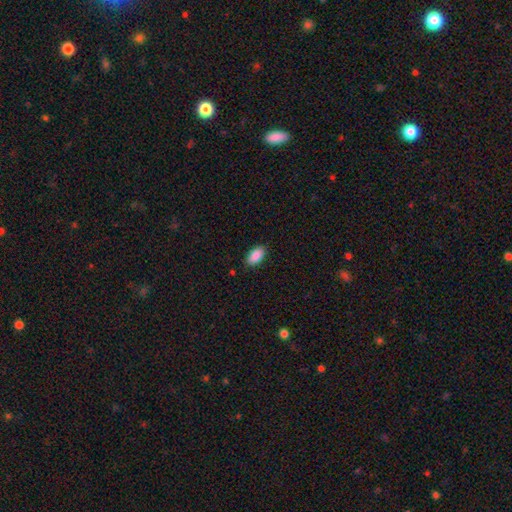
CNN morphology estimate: Overall: smooth (89%). How rounded: in between (94%). Merging: none (87%).